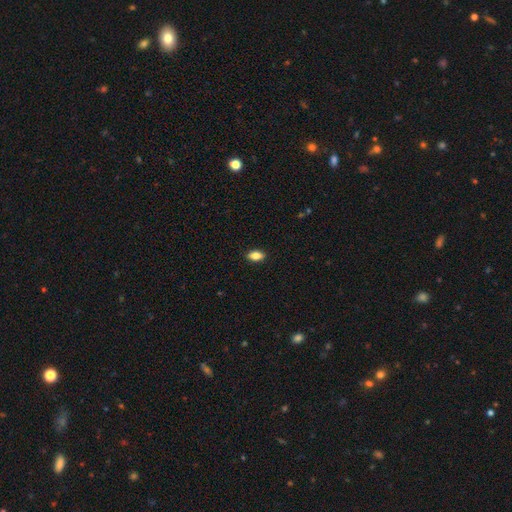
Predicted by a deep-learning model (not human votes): A smooth galaxy with no disk features (85%) that is in between round and cigar-shaped (89%).

Vote fractions:
- Smooth or featured? smooth: 85% / star or artifact: 8% / featured or disk: 7%
- How rounded? in between: 89% / round: 7% / cigar-shaped: 4%
- Merging? none: 90% / minor disturbance: 8% / major disturbance: 2% / merger: 1%